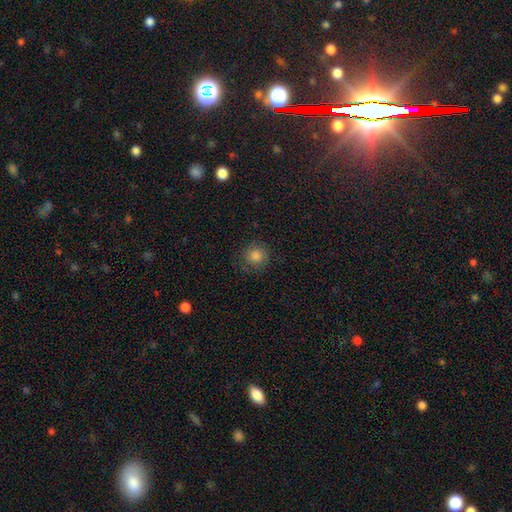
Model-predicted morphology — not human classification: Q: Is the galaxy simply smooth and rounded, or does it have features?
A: smooth — 77%.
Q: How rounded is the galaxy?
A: round — 91%.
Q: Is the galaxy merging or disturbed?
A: none — 81%.